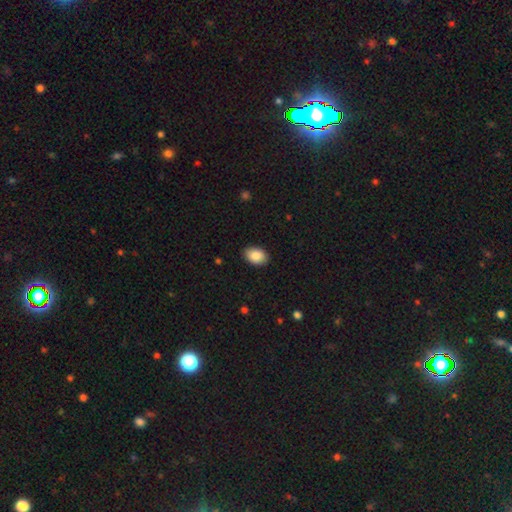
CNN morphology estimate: Overall: smooth (87%). How rounded: in between (83%). Merging: none (89%).